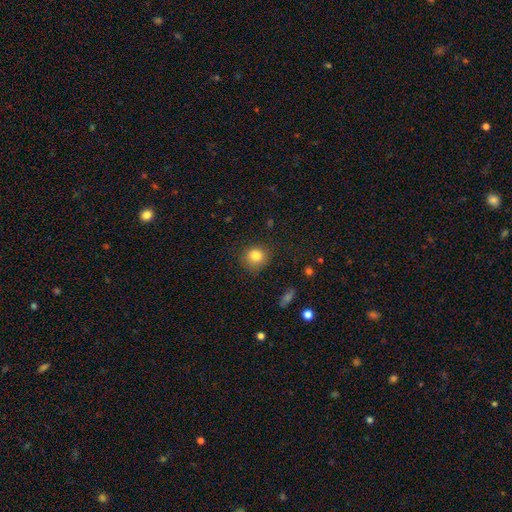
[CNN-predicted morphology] Smooth or featured?
  - smooth: 83% *
  - star or artifact: 11%
  - featured or disk: 6%
How rounded?
  - round: 81% *
  - in between: 18%
  - cigar-shaped: 1%
Merging?
  - none: 81% *
  - minor disturbance: 13%
  - major disturbance: 4%
  - merger: 1%